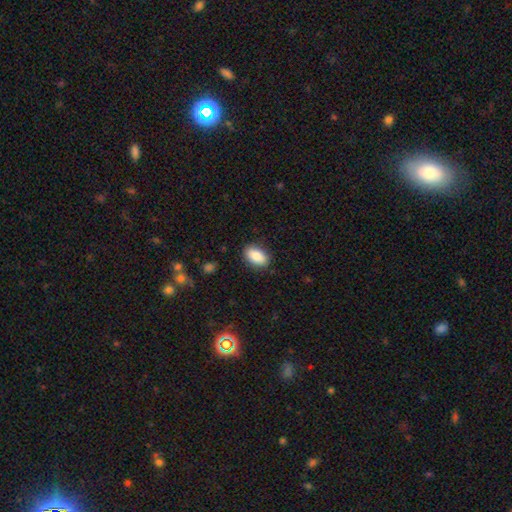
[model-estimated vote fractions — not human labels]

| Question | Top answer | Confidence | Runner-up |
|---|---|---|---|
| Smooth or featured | smooth | 86% | star or artifact (7%) |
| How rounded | in between | 91% | round (7%) |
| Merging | none | 87% | minor disturbance (9%) |